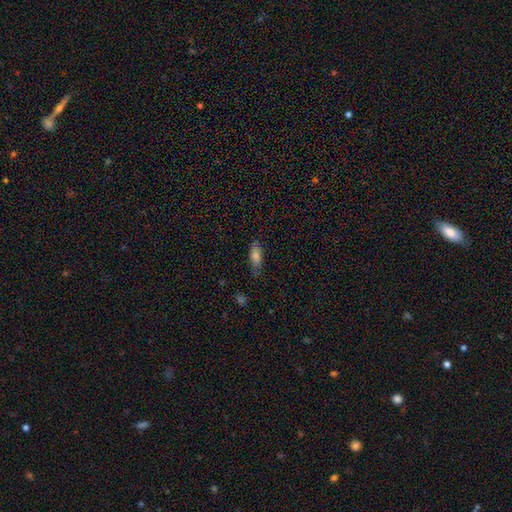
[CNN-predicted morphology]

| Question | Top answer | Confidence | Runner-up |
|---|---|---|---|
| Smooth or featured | smooth | 69% | featured or disk (21%) |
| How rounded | in between | 67% | cigar-shaped (29%) |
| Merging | none | 73% | minor disturbance (20%) |